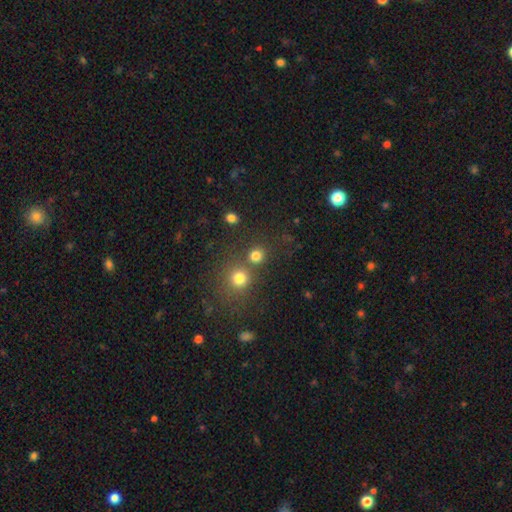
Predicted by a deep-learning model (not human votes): A smooth galaxy with no disk features (78%) that is round (89%).

Vote fractions:
- Smooth or featured? smooth: 78% / star or artifact: 16% / featured or disk: 6%
- How rounded? round: 89% / in between: 10% / cigar-shaped: 1%
- Merging? none: 69% / merger: 21% / minor disturbance: 7% / major disturbance: 3%